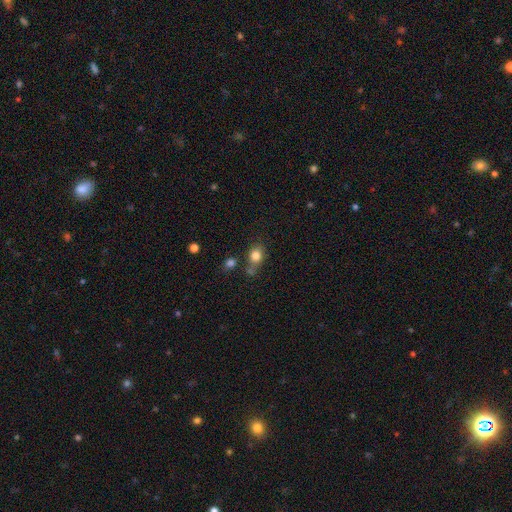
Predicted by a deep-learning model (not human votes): Smooth or featured?
  - smooth: 81% *
  - star or artifact: 11%
  - featured or disk: 8%
How rounded?
  - round: 60% *
  - in between: 39%
  - cigar-shaped: 2%
Merging?
  - none: 56% *
  - minor disturbance: 19%
  - merger: 18%
  - major disturbance: 7%